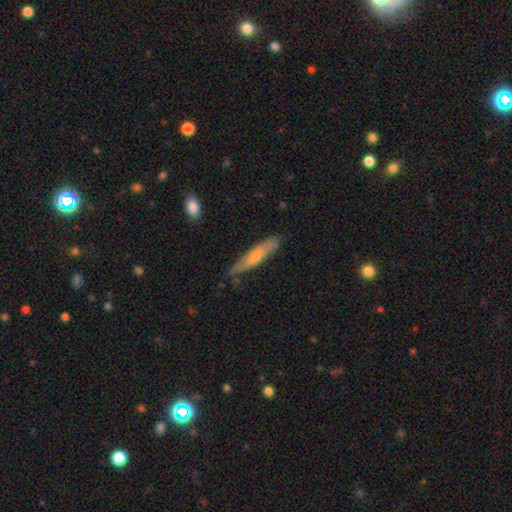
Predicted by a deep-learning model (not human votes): The model was most divided on "smooth or featured": smooth: 62%, featured or disk: 32%, star or artifact: 5%. More confident: how rounded — cigar-shaped (84%); merging — none (72%).